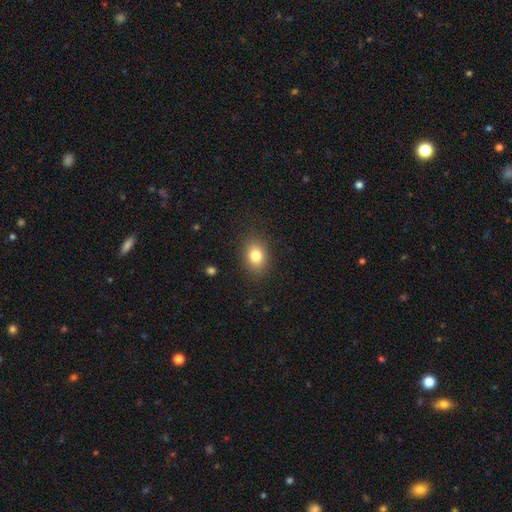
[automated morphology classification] Smooth or featured? smooth (81%)
How rounded? in between (62%)
Merging? none (86%)